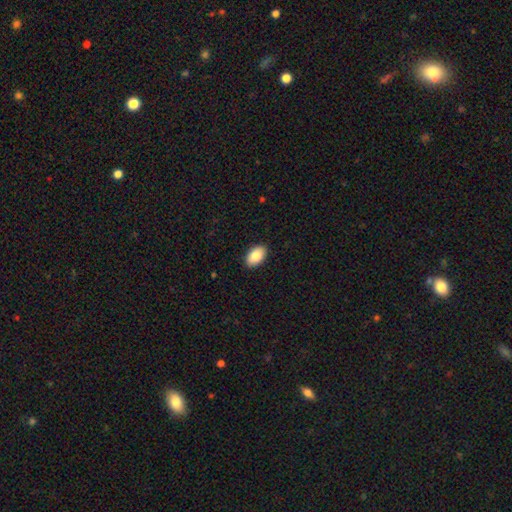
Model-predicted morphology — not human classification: type=smooth (86%); roundness=in between (93%); merging=none (89%).